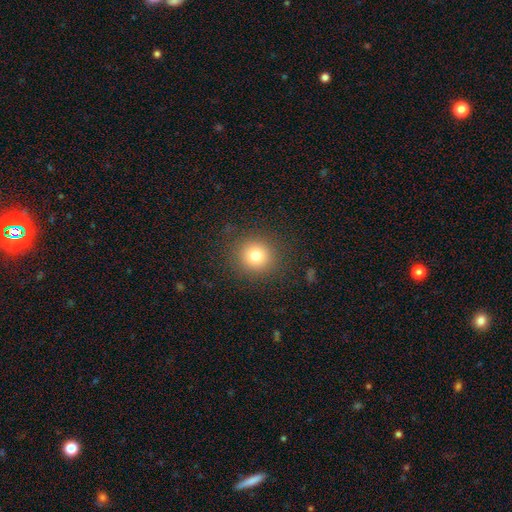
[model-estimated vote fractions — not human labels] smooth_or_featured: smooth (p=0.78) [alt: star or artifact p=0.14]
how_rounded: round (p=0.91) [alt: in between p=0.08]
merging: none (p=0.88) [alt: minor disturbance p=0.07]